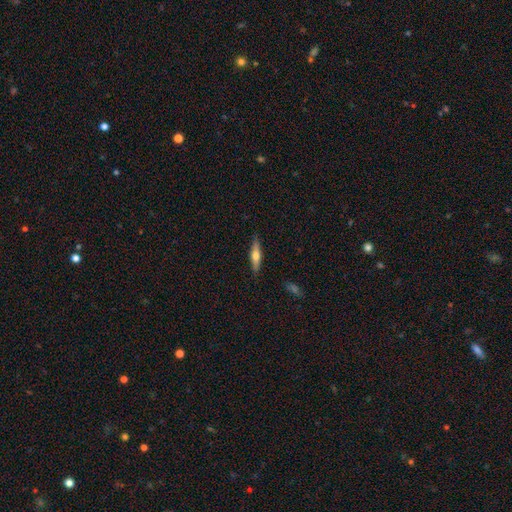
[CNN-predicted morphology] This appears to be a smooth galaxy with no disk features (50%) that is cigar-shaped (77%). Merging: none (87%).